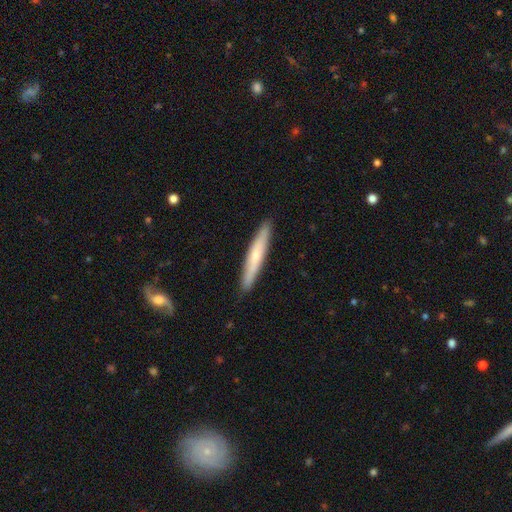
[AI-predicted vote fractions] Smooth or featured? Predicted: smooth (p=0.53). How rounded? Predicted: cigar-shaped (p=0.94). Merging? Predicted: none (p=0.90).